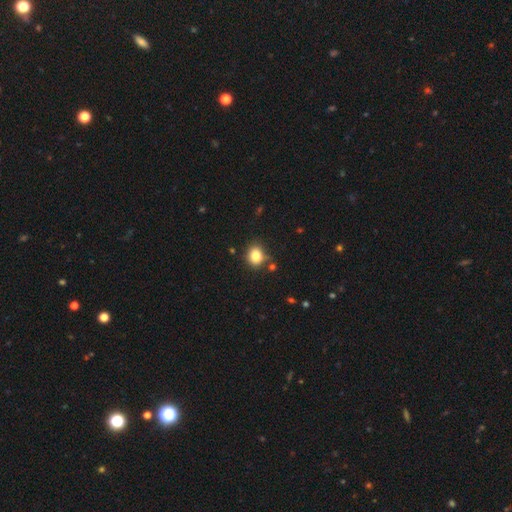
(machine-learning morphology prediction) smooth 82%, star or artifact 11%, featured or disk 7%. Down the decision tree: how rounded — round (64%); merging — none (79%).